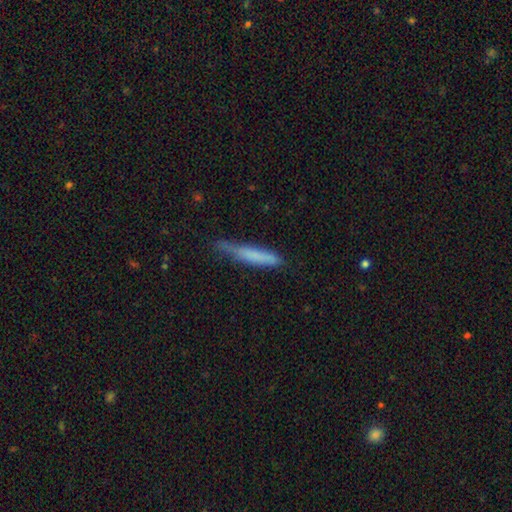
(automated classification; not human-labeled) The model was most divided on "merging": none: 62%, minor disturbance: 29%, major disturbance: 7%, merger: 2%. More confident: how rounded — cigar-shaped (93%); smooth or featured — smooth (69%).